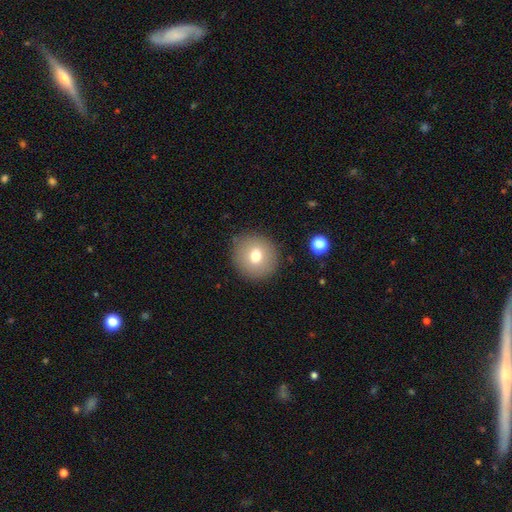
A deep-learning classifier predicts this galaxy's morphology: This appears to be a smooth galaxy with no disk features (73%) that is round (92%). Merging: none (88%).